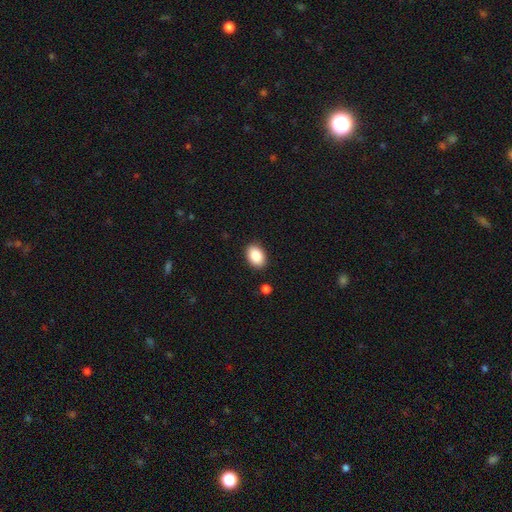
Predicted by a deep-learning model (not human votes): Smooth or featured? smooth (87%)
How rounded? in between (85%)
Merging? none (89%)